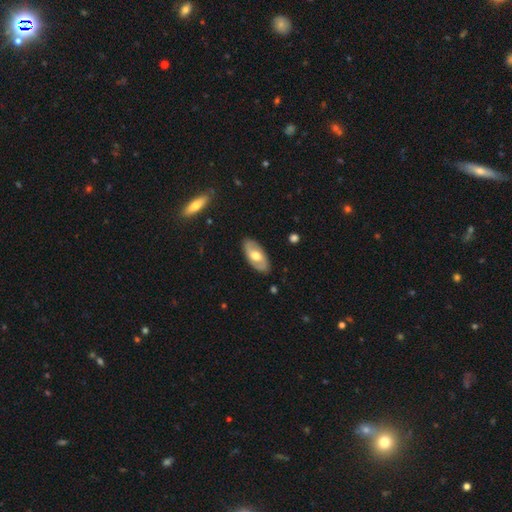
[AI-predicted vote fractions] smooth_or_featured: featured or disk (p=0.56) [alt: smooth p=0.39]
disk_edge_on: no (p=0.86) [alt: yes p=0.14]
merging: none (p=0.86) [alt: minor disturbance p=0.10]